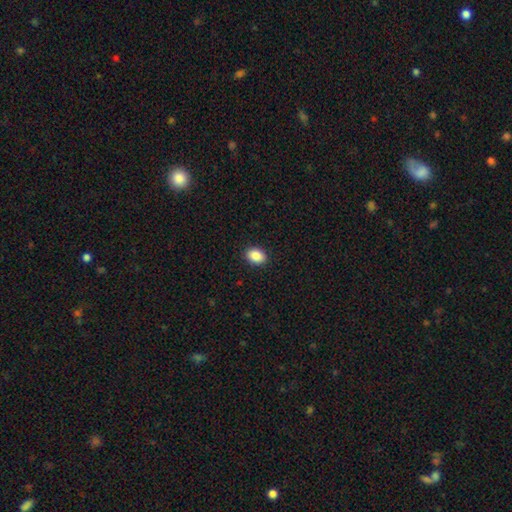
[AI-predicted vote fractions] Morphology: type=smooth (88%); roundness=in between (76%); merging=none (90%).